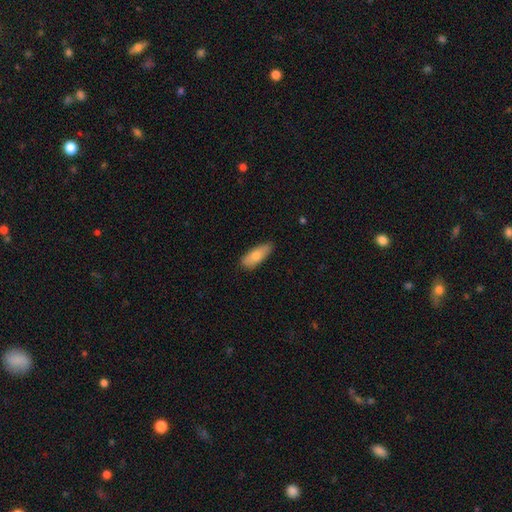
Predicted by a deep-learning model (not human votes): Q: Smooth or featured?
A: smooth (78%); runner-up: featured or disk (17%)
Q: How rounded?
A: in between (70%); runner-up: cigar-shaped (28%)
Q: Merging?
A: none (81%); runner-up: minor disturbance (15%)